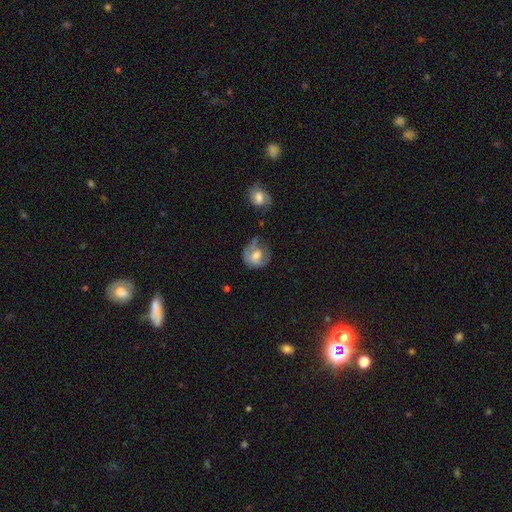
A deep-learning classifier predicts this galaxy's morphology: type=featured or disk (50%); merging=none (46%).